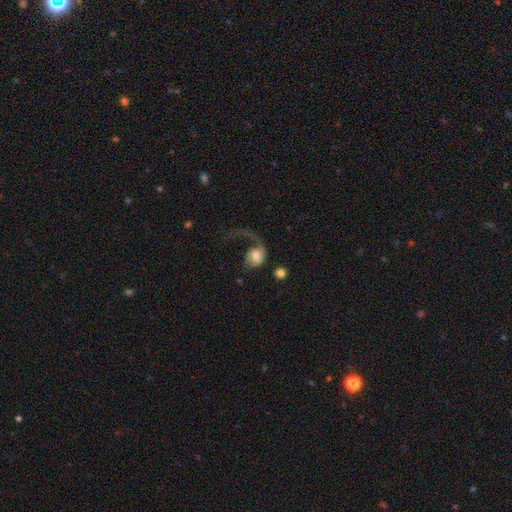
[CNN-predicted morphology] smooth_or_featured: featured or disk (p=0.51) [alt: smooth p=0.42]
disk_edge_on: no (p=0.97) [alt: yes p=0.03]
merging: major disturbance (p=0.60) [alt: none p=0.22]